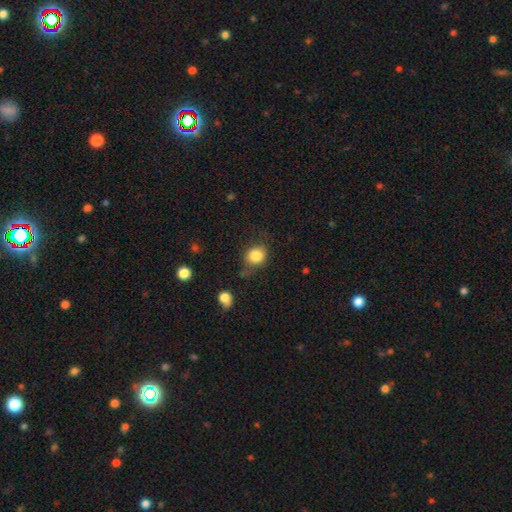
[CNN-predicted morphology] This is clearly a smooth galaxy (83%). How rounded: likely round (69%). Merging: possibly none (60%).